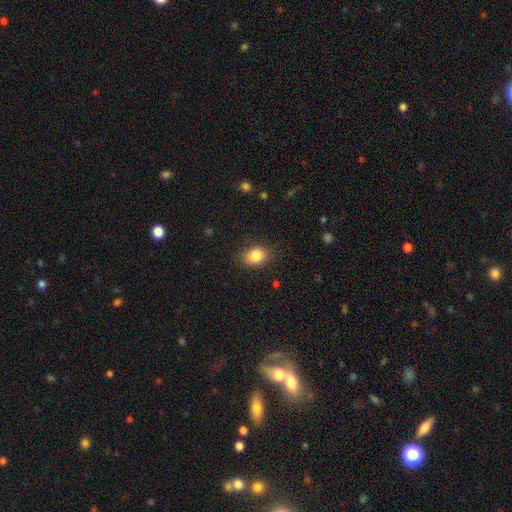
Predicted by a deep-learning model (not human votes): Q: Smooth or featured?
A: smooth (85%); runner-up: star or artifact (9%)
Q: How rounded?
A: in between (61%); runner-up: round (38%)
Q: Merging?
A: none (81%); runner-up: minor disturbance (14%)